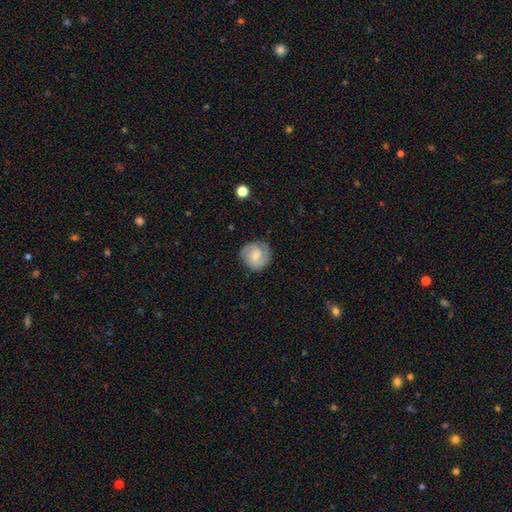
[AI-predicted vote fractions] A featured or disk galaxy (58%) with a weak bar (46%, tied with no), 2 (65%) tight (47%) spiral arms (91%) and a small central bulge (48%). Merging: none (80%).